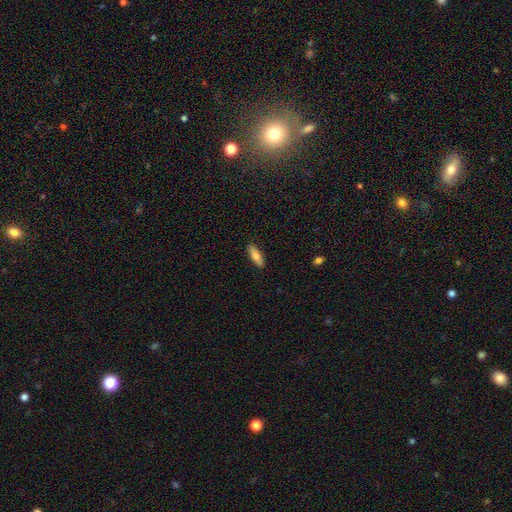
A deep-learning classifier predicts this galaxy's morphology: Overall: smooth (73%). How rounded: in between (52%; cigar-shaped 46%). Merging: none (89%).